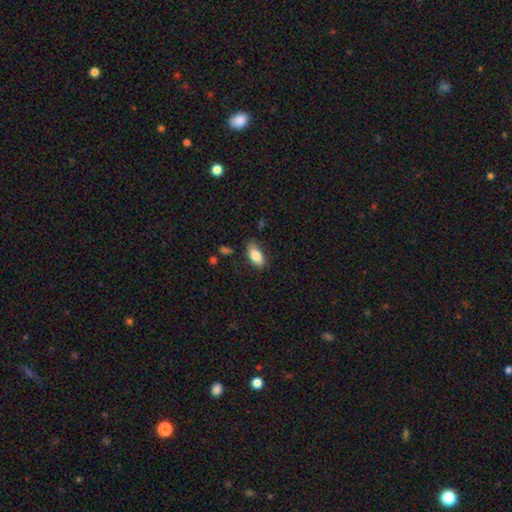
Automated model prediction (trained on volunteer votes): Smooth or featured?
  - smooth: 82% *
  - featured or disk: 11%
  - star or artifact: 7%
How rounded?
  - in between: 90% *
  - cigar-shaped: 6%
  - round: 3%
Merging?
  - none: 79% *
  - minor disturbance: 16%
  - major disturbance: 3%
  - merger: 2%